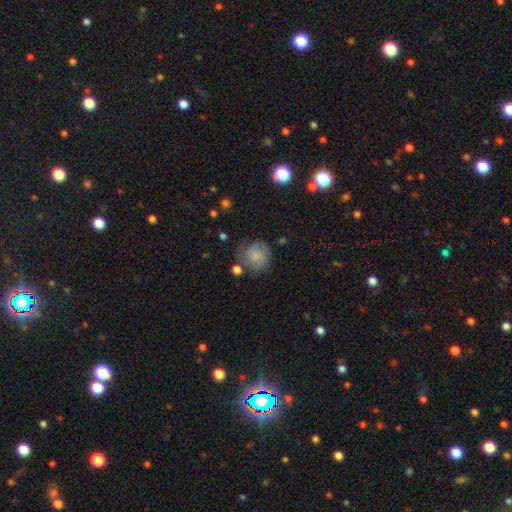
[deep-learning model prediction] Morphology: type=smooth (58%); roundness=round (83%); merging=none (59%).